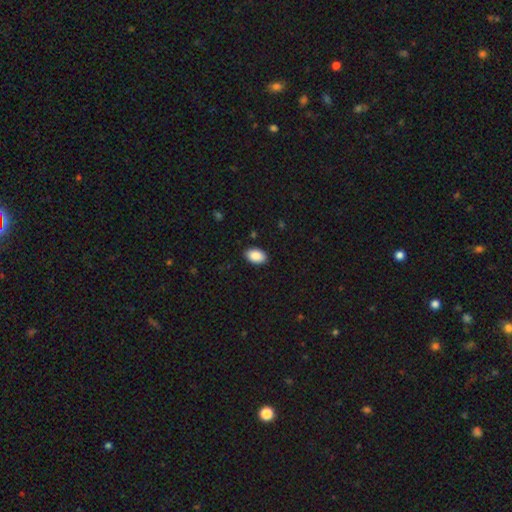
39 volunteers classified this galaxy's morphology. smooth 82%, featured or disk 13%, star or artifact 5%. Down the decision tree: how rounded — in between (91%); merging — none (84%).